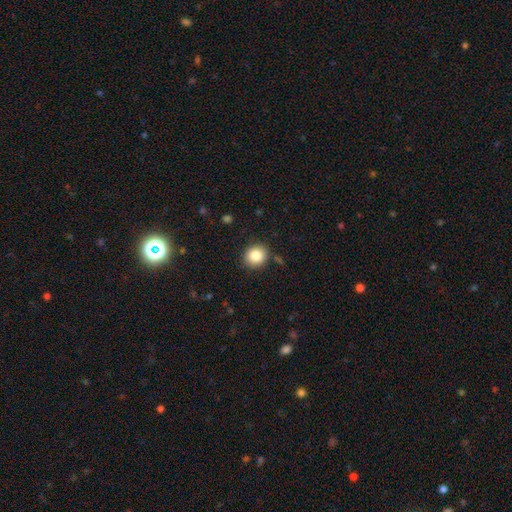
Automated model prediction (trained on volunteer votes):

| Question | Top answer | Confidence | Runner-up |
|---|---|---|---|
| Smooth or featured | smooth | 85% | star or artifact (9%) |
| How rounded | round | 78% | in between (21%) |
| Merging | none | 87% | minor disturbance (9%) |